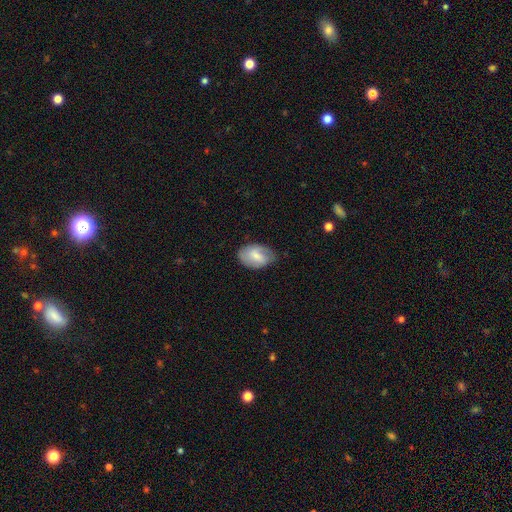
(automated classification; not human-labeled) This appears to be a smooth galaxy with no disk features (47%). Merging: none (70%).